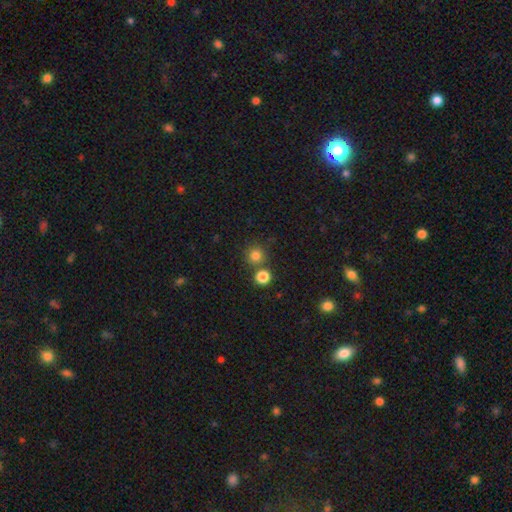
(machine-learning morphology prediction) smooth 80%, star or artifact 14%, featured or disk 6%. Down the decision tree: how rounded — round (93%); merging — none (74%).